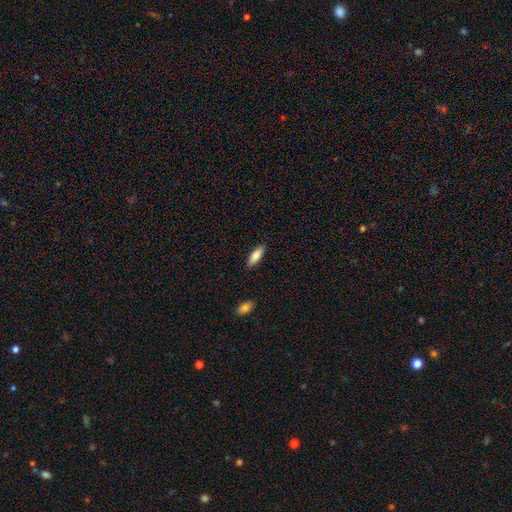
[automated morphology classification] Smooth or featured?
  - smooth: 84% *
  - featured or disk: 11%
  - star or artifact: 6%
How rounded?
  - in between: 63% *
  - cigar-shaped: 36%
  - round: 2%
Merging?
  - none: 88% *
  - minor disturbance: 9%
  - major disturbance: 2%
  - merger: 1%